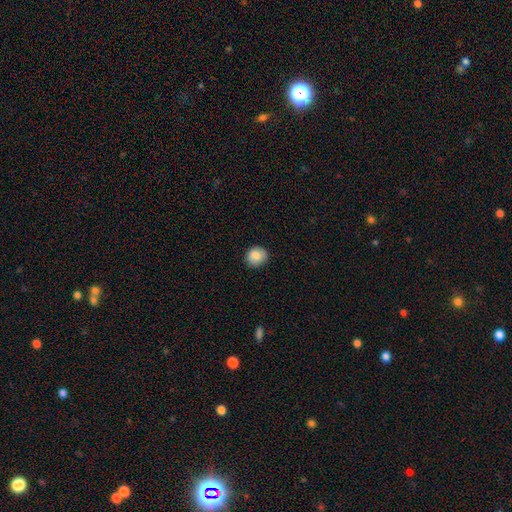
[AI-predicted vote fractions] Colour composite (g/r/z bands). It shows a smooth galaxy with no disk features (85%) that is round (78%). Merging: none (87%).